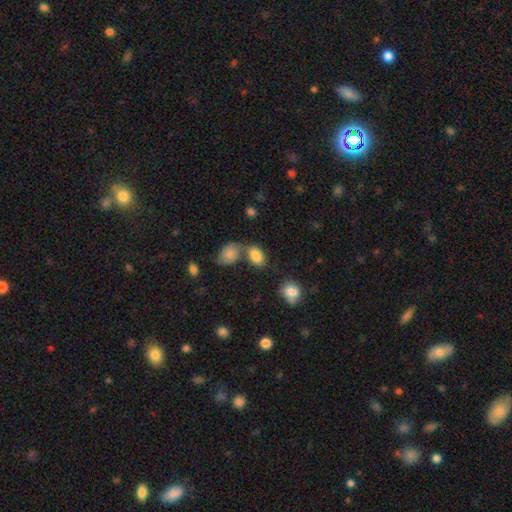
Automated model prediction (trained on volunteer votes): Q: Smooth or featured?
A: smooth (84%); runner-up: star or artifact (9%)
Q: How rounded?
A: in between (86%); runner-up: round (12%)
Q: Merging?
A: none (51%); runner-up: merger (30%)